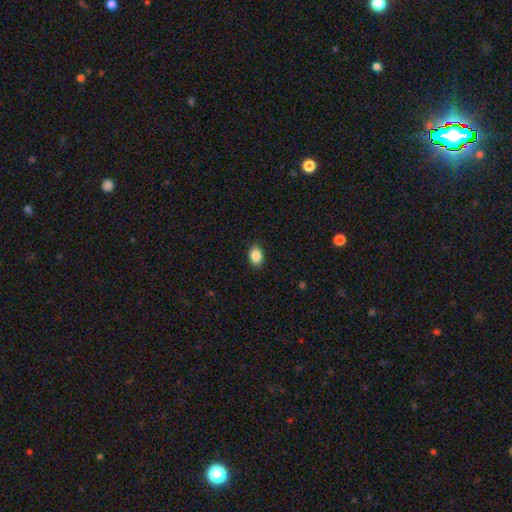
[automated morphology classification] Smooth or featured? smooth (87%)
How rounded? in between (75%)
Merging? none (88%)